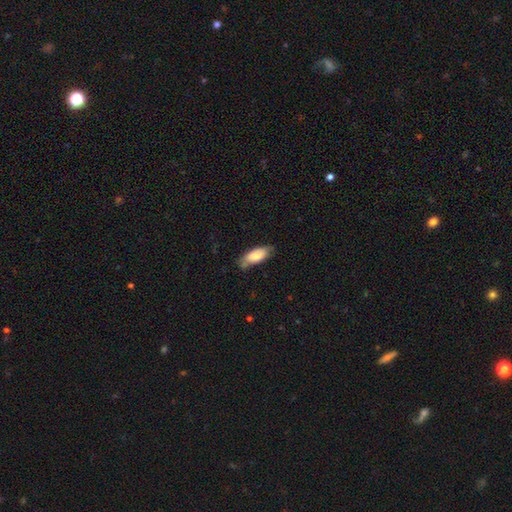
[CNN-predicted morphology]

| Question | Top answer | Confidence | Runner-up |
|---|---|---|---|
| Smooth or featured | smooth | 78% | featured or disk (16%) |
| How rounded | in between | 80% | cigar-shaped (18%) |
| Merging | none | 66% | minor disturbance (27%) |